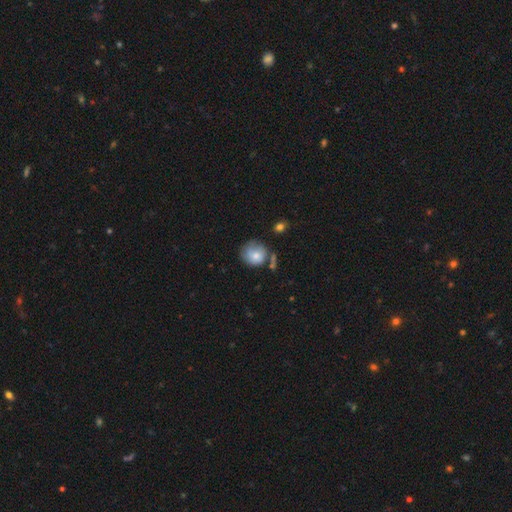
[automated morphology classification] smooth_or_featured: smooth (p=0.73) [alt: featured or disk p=0.20]
how_rounded: round (p=0.80) [alt: in between p=0.19]
merging: none (p=0.49) [alt: minor disturbance p=0.28]